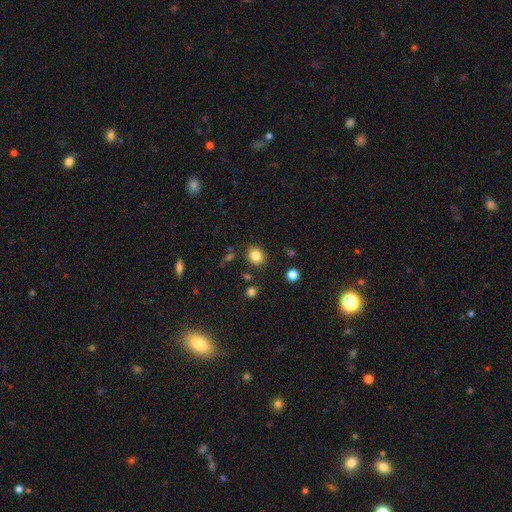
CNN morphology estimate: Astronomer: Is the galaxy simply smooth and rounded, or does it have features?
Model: smooth — 83%.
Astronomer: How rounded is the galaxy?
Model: round — 71%.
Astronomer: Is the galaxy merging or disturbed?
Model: none — 86%.